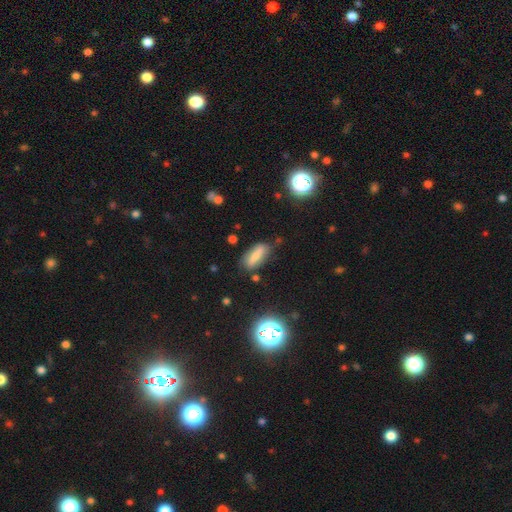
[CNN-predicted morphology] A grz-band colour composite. It shows a smooth galaxy with no disk features (71%) that is in between round and cigar-shaped (61%). Merging: none (69%).